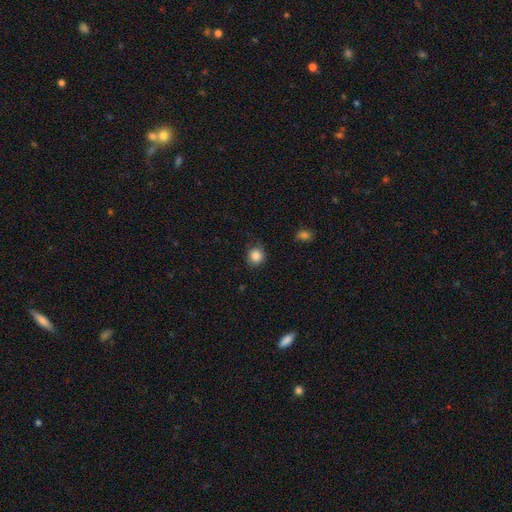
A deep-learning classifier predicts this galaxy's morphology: Q: Smooth or featured?
A: smooth (85%); runner-up: star or artifact (10%)
Q: How rounded?
A: round (88%); runner-up: in between (11%)
Q: Merging?
A: none (83%); runner-up: minor disturbance (13%)